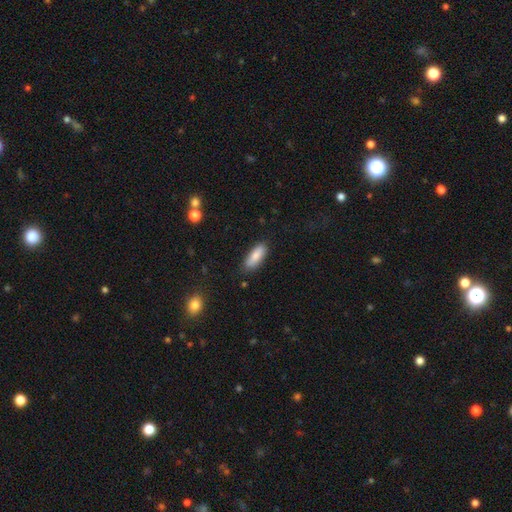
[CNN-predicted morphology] smooth-or-featured: smooth: 85% | featured or disk: 9% | star or artifact: 6%
  how-rounded: in between: 67% | cigar-shaped: 31% | round: 2%
  merging: none: 82% | minor disturbance: 14% | major disturbance: 3% | merger: 2%